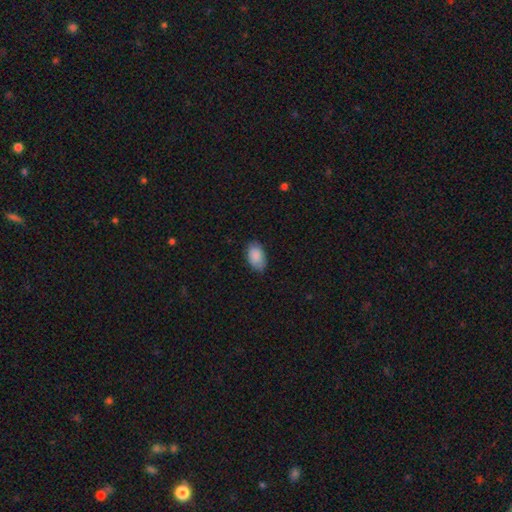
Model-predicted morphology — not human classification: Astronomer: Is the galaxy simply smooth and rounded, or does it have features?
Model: smooth — 88%.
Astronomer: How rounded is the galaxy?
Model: in between — 93%.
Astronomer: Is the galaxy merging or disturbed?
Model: none — 78%.